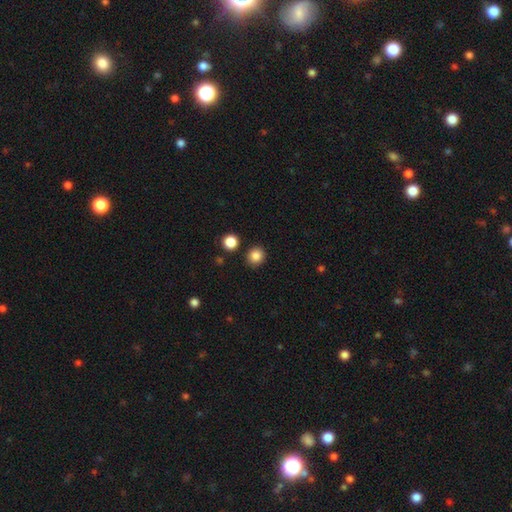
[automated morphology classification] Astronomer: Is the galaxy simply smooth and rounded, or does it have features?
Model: smooth — 85%.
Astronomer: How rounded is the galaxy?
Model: round — 86%.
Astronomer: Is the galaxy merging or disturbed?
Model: none — 89%.